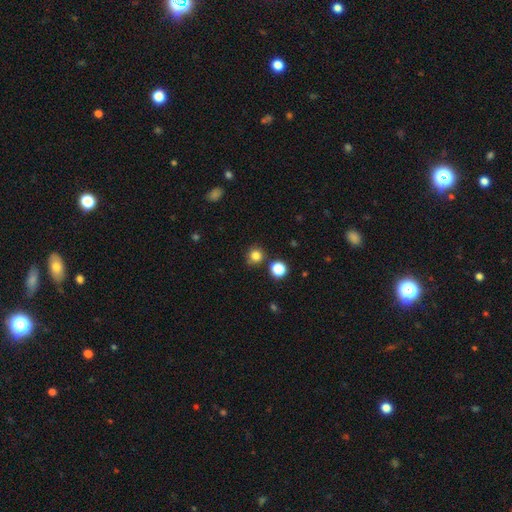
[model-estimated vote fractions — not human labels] This appears to be a smooth galaxy with no disk features (82%) that is round (91%). Merging: none (82%).